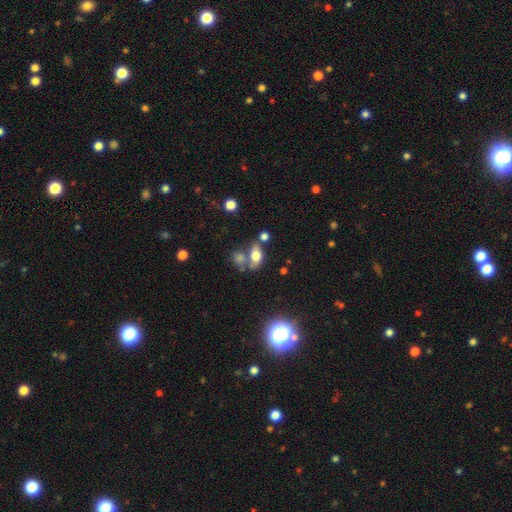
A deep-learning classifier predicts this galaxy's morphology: This appears to be a smooth galaxy with no disk features (67%) that is in between round and cigar-shaped (80%). Merging: none (47%).